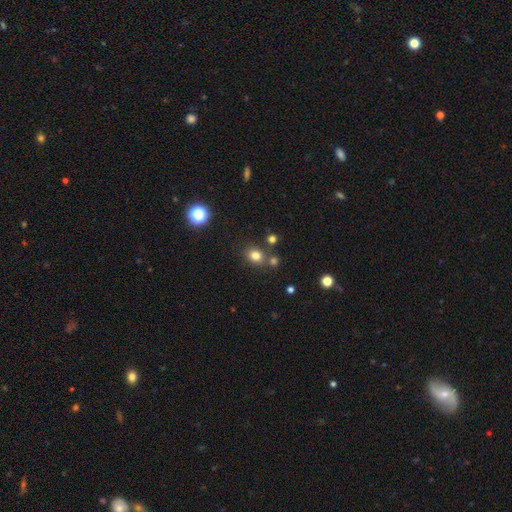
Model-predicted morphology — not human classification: smooth_or_featured: smooth (p=0.78) [alt: star or artifact p=0.16]
how_rounded: round (p=0.66) [alt: in between p=0.33]
merging: none (p=0.73) [alt: merger p=0.13]